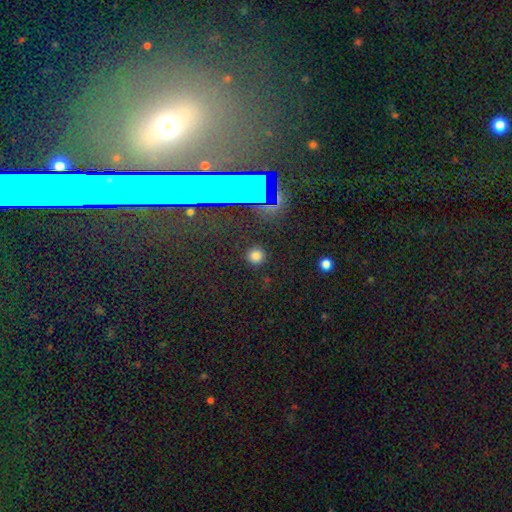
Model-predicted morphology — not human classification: This is likely a smooth galaxy (74%). How rounded: clearly round (93%). Merging: clearly none (90%).